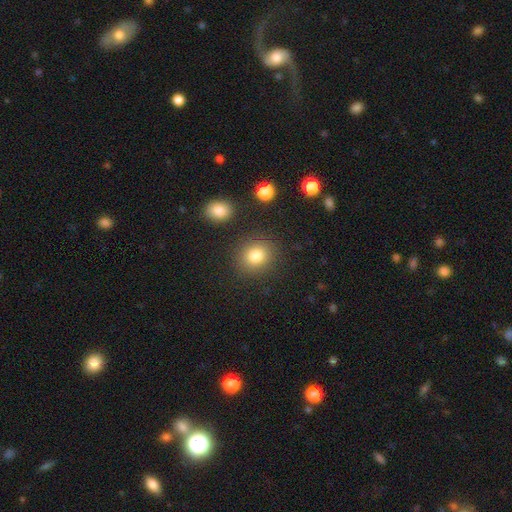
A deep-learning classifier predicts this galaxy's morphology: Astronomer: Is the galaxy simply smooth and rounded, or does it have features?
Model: smooth — 82%.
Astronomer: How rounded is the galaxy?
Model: round — 73%.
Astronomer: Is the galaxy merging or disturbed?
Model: none — 84%.